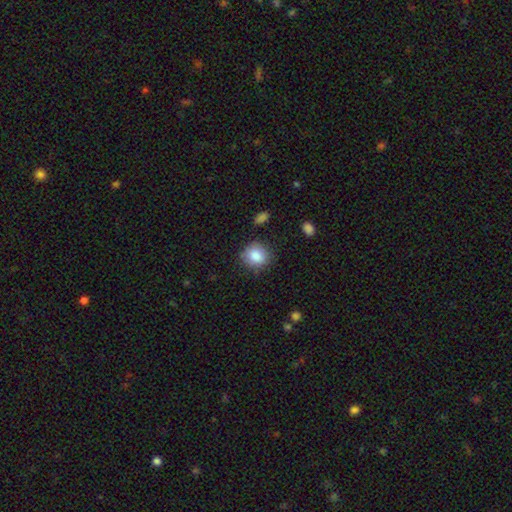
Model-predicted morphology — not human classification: type=smooth (87%); roundness=round (81%); merging=none (81%).